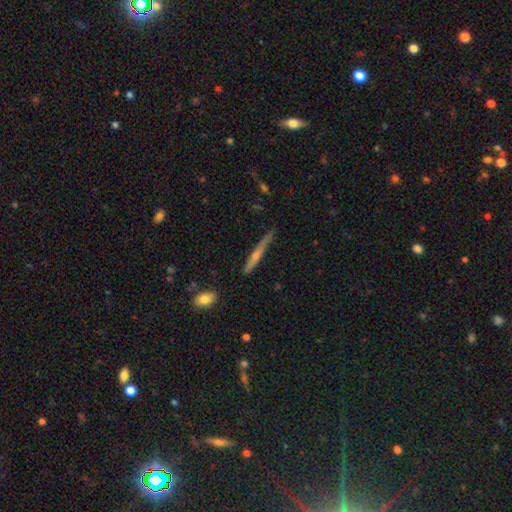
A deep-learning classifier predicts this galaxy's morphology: Smooth or featured? featured or disk (51%)
Edge-on disk? yes (95%)
Merging? none (76%)